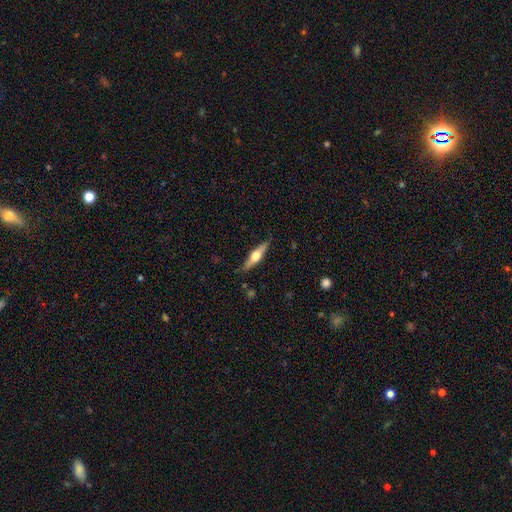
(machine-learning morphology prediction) smooth-or-featured: featured or disk: 58% | smooth: 36% | star or artifact: 5%
  disk-edge-on: yes: 94% | no: 6%
    edge-on-bulge: rounded: 94% | boxy: 4% | none: 2%
  merging: none: 84% | minor disturbance: 12% | major disturbance: 2% | merger: 1%